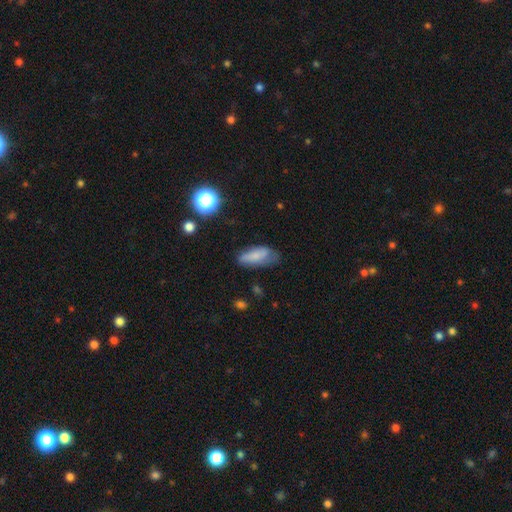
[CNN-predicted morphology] Smooth or featured? Predicted: smooth (p=0.71). How rounded? Predicted: in between (p=0.80). Merging? Predicted: none (p=0.52).